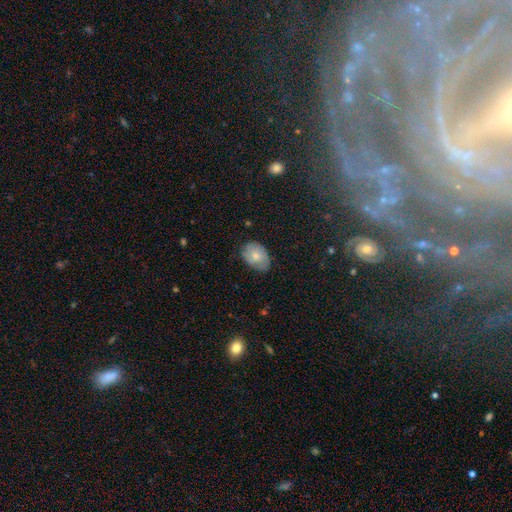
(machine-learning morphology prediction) smooth_or_featured: smooth (p=0.66) [alt: featured or disk p=0.27]
how_rounded: in between (p=0.77) [alt: round p=0.22]
merging: none (p=0.69) [alt: minor disturbance p=0.25]